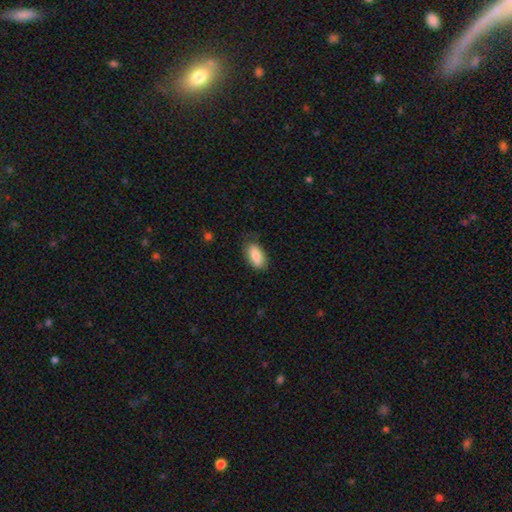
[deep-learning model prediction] This is clearly a smooth galaxy (84%). How rounded: clearly in between (91%). Merging: likely none (72%).